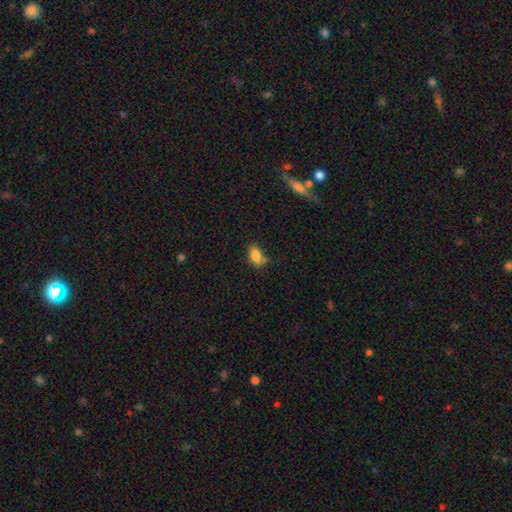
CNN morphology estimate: Smooth or featured? Predicted: smooth (p=0.83). How rounded? Predicted: in between (p=0.87). Merging? Predicted: none (p=0.63).